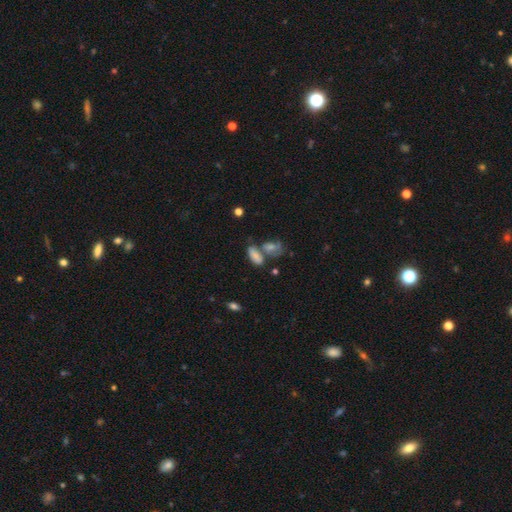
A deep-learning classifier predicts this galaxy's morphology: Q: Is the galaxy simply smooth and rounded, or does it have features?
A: smooth — 73%.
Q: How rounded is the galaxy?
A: in between — 81%.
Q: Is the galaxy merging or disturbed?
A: none — 38%, tied with merger.